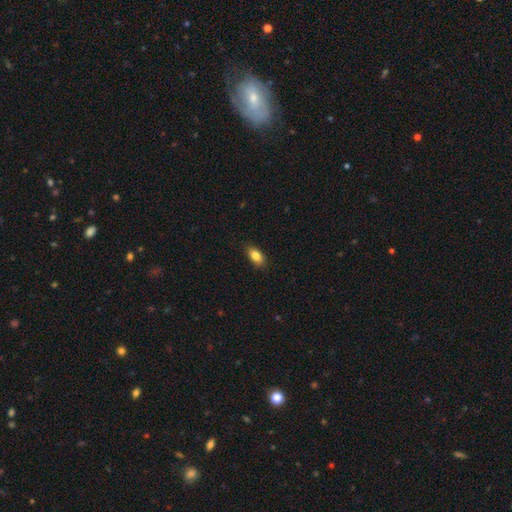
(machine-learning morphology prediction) A smooth galaxy with no disk features (85%) that is in between round and cigar-shaped (89%).

Vote fractions:
- Smooth or featured? smooth: 85% / star or artifact: 8% / featured or disk: 7%
- How rounded? in between: 89% / round: 6% / cigar-shaped: 4%
- Merging? none: 86% / minor disturbance: 11% / major disturbance: 2% / merger: 1%